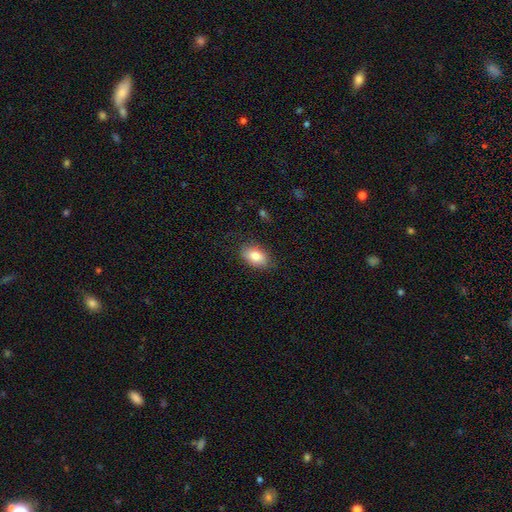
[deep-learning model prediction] Q: Smooth or featured?
A: smooth (83%); runner-up: featured or disk (10%)
Q: How rounded?
A: in between (89%); runner-up: round (9%)
Q: Merging?
A: none (82%); runner-up: minor disturbance (13%)